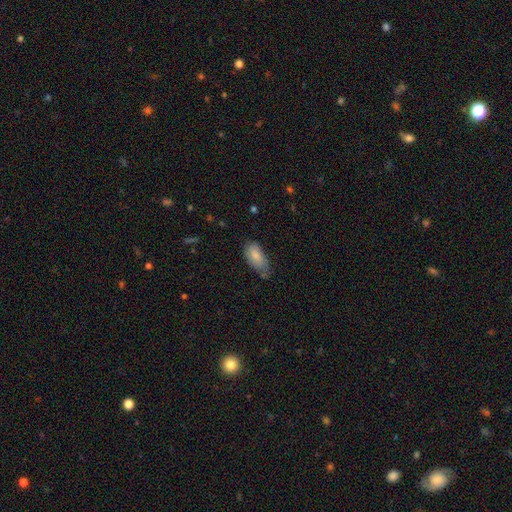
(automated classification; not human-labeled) This is clearly a smooth galaxy (82%). How rounded: clearly in between (91%). Merging: possibly none (47%).